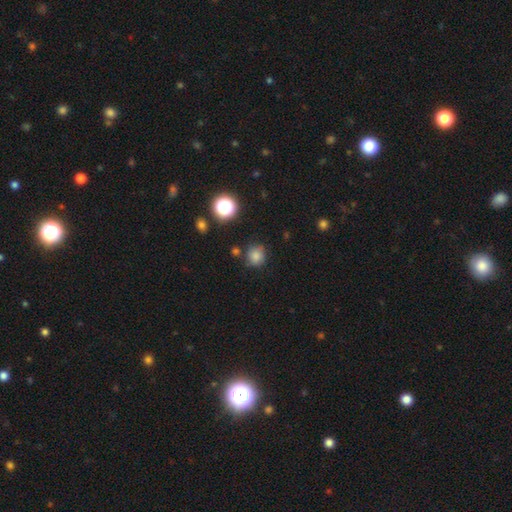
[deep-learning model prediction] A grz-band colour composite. It shows a smooth galaxy with no disk features (78%) that is round (85%). Merging: none (74%).